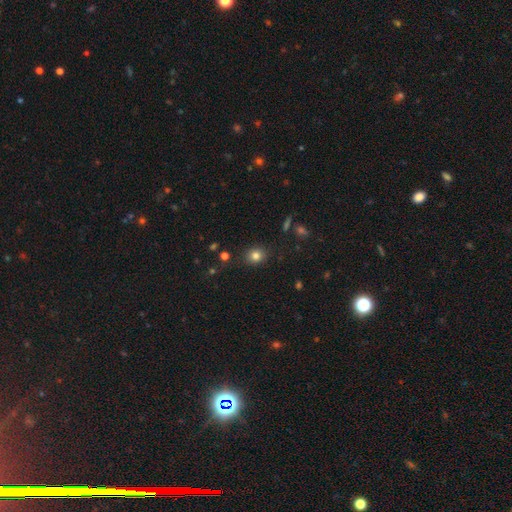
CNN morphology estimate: Smooth or featured?
  - smooth: 81% *
  - star or artifact: 12%
  - featured or disk: 7%
How rounded?
  - round: 71% *
  - in between: 28%
  - cigar-shaped: 1%
Merging?
  - none: 86% *
  - minor disturbance: 10%
  - major disturbance: 3%
  - merger: 2%